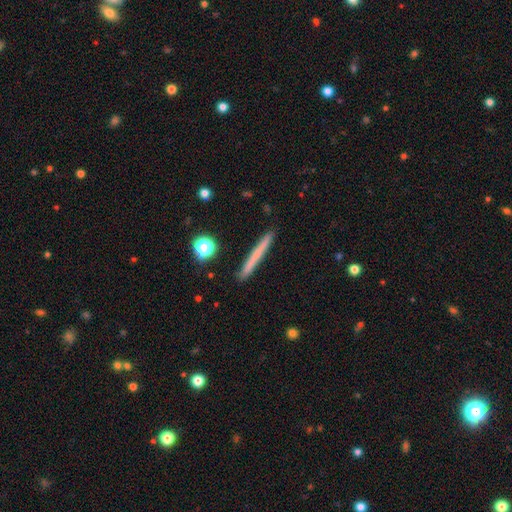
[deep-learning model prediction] Morphology: type=smooth (62%); roundness=cigar-shaped (97%); merging=none (91%).